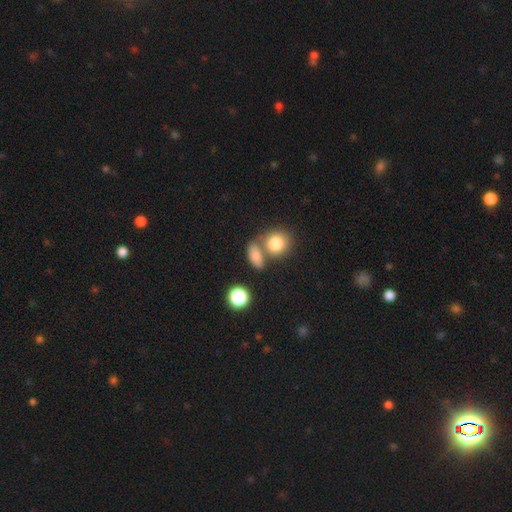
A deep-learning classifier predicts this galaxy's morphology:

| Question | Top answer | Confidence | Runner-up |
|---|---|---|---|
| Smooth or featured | smooth | 80% | star or artifact (11%) |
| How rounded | in between | 65% | round (26%) |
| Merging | none | 53% | merger (30%) |